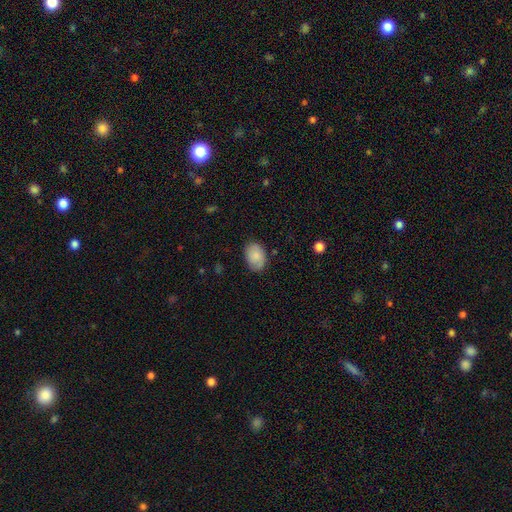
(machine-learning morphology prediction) Smooth or featured? smooth (83%)
How rounded? in between (84%)
Merging? none (80%)